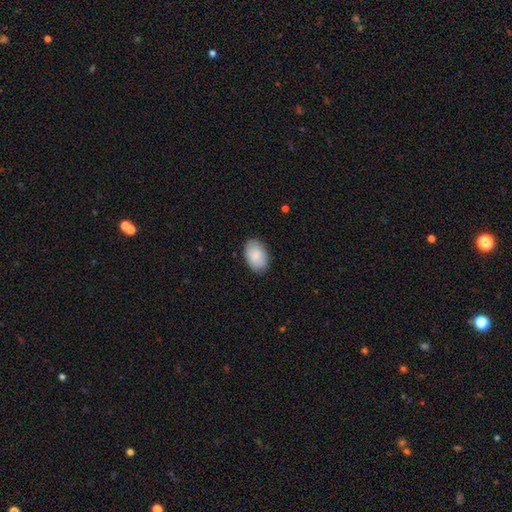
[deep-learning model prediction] smooth_or_featured: smooth (p=0.88) [alt: featured or disk p=0.06]
how_rounded: in between (p=0.92) [alt: round p=0.07]
merging: none (p=0.86) [alt: minor disturbance p=0.11]